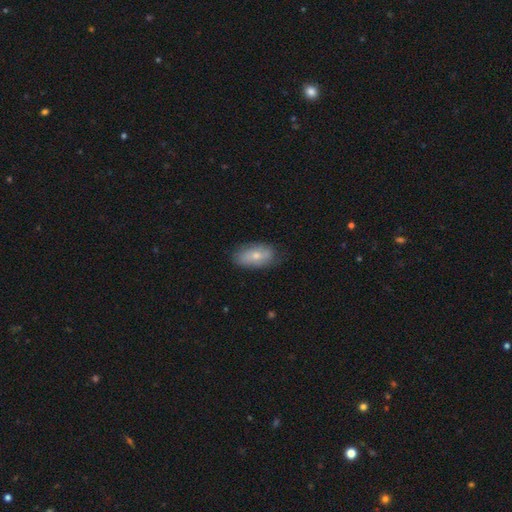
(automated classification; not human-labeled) This is likely a smooth galaxy (63%). How rounded: clearly in between (91%). Merging: likely none (75%).